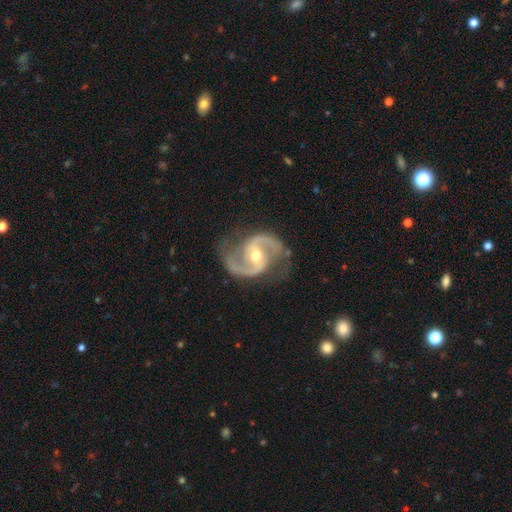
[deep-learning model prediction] Morphology: type=featured or disk (94%); edge-on=no (98%); bar=weak (42%); spiral arms=yes (99%); winding=medium (65%); arm count=2 (94%); bulge=moderate (66%); merging=none (79%).